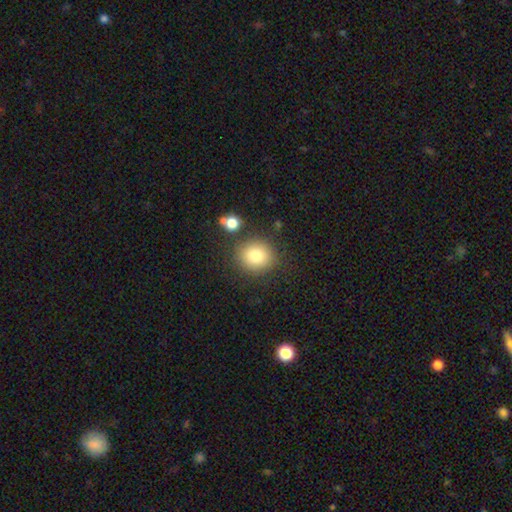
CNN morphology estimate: Smooth or featured? smooth (81%)
How rounded? round (81%)
Merging? none (81%)